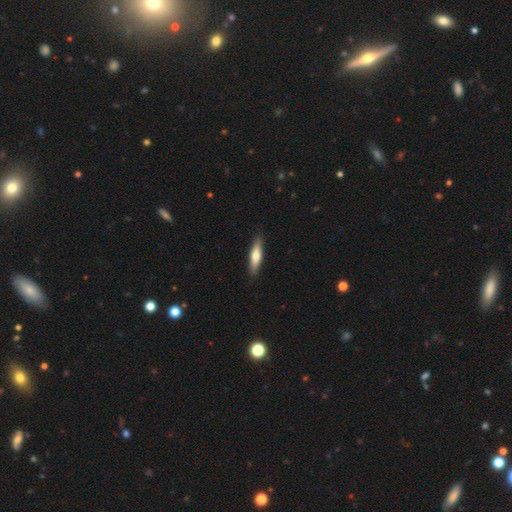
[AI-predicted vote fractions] This appears to be a smooth galaxy with no disk features (68%) that is cigar-shaped (73%). Merging: none (89%).